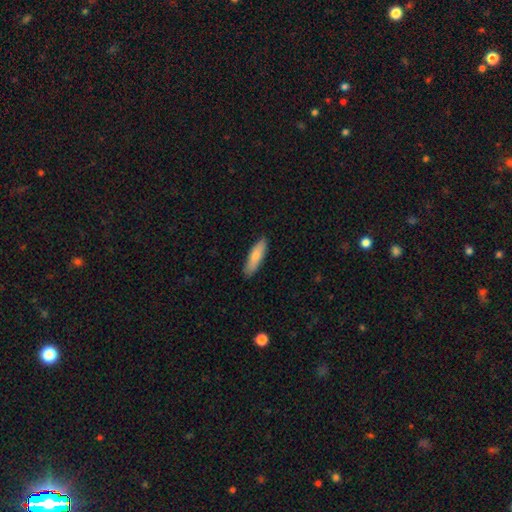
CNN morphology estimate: Smooth or featured?
  - smooth: 80% *
  - featured or disk: 15%
  - star or artifact: 5%
How rounded?
  - cigar-shaped: 58% *
  - in between: 41%
  - round: 2%
Merging?
  - none: 86% *
  - minor disturbance: 11%
  - major disturbance: 2%
  - merger: 1%